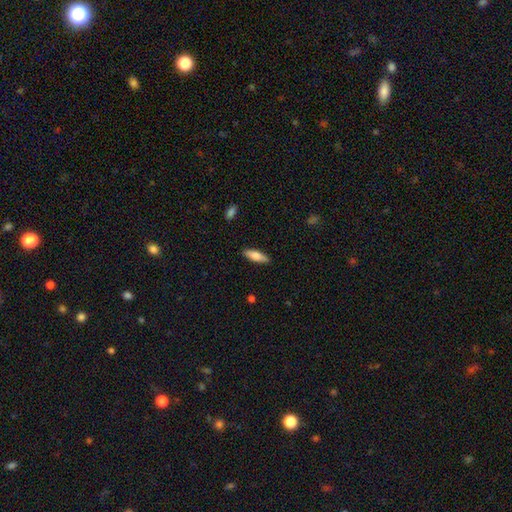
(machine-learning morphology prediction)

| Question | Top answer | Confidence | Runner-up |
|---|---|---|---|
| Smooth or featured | smooth | 72% | featured or disk (22%) |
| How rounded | cigar-shaped | 50% | in between (48%) |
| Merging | none | 88% | minor disturbance (9%) |